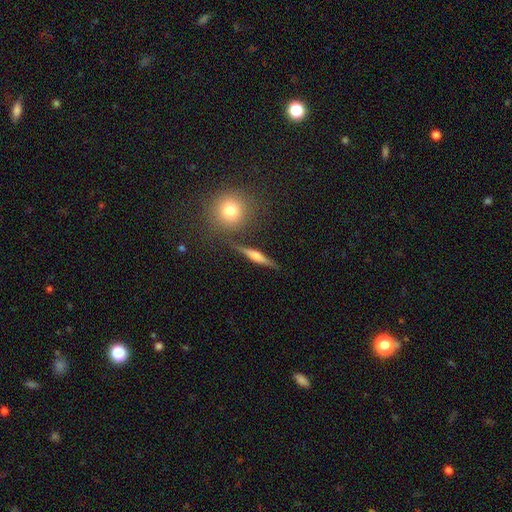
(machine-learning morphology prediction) This appears to be a featured or disk galaxy (58%) viewed edge-on (93%) with a rounded central bulge (75%). Merging: none (82%).